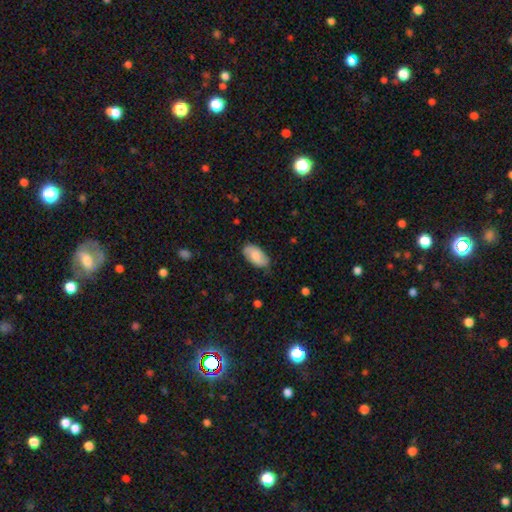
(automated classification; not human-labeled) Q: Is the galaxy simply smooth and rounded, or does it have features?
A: smooth — 71%.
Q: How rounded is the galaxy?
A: in between — 95%.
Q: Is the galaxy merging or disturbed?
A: none — 79%.